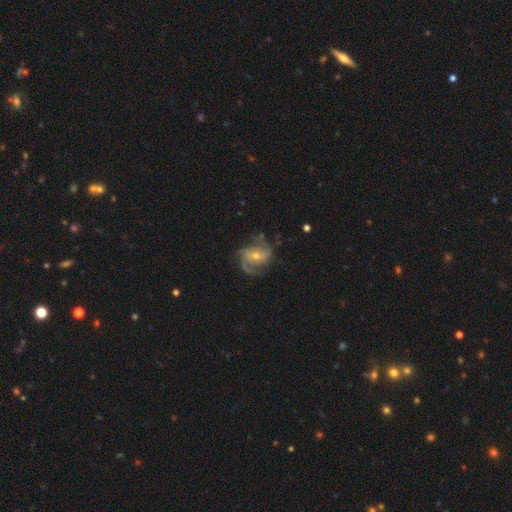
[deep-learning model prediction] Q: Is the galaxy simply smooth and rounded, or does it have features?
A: featured or disk — 86%.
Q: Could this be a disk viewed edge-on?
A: no — 98%.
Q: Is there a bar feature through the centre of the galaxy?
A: weak — 45%.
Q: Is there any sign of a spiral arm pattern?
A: yes — 96%.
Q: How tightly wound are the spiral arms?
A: medium — 48%.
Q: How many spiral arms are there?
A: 2 — 51%.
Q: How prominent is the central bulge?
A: moderate — 53%.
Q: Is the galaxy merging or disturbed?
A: none — 65%.